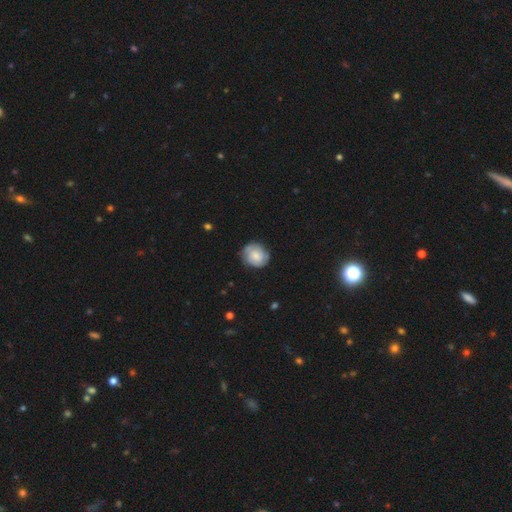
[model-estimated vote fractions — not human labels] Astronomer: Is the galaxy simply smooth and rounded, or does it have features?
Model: smooth — 48% (runner-up: featured or disk, 44%).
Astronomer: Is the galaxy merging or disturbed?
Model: none — 77%.